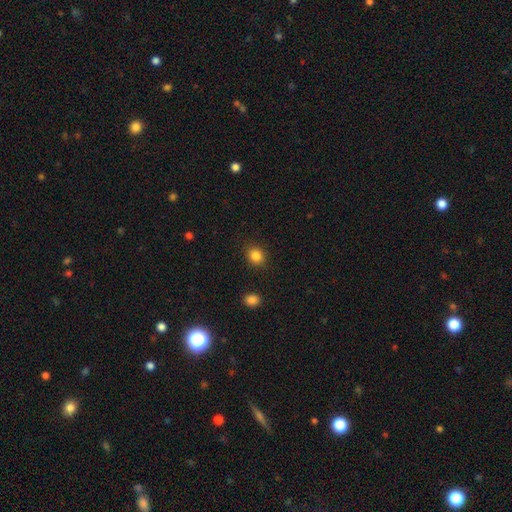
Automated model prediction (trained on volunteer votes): This appears to be a smooth galaxy with no disk features (85%) that is round (75%). Merging: none (89%).